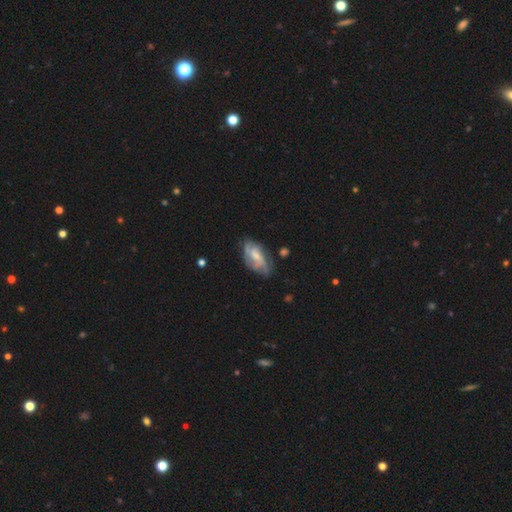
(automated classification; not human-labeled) The model was most divided on "bulge size": moderate: 42%, small: 30%, none: 17%, large: 10%, dominant: 2%. More confident: edge-on disk — no (93%); spiral arms — yes (80%); smooth or featured — featured or disk (62%); bar — no (55%); merging — none (54%).